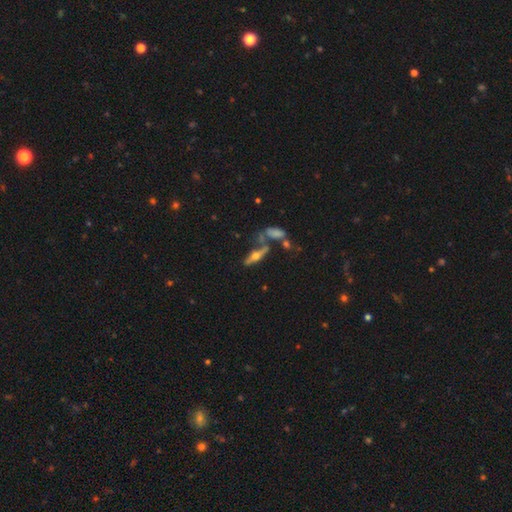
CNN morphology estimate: Smooth or featured?
  - featured or disk: 64% *
  - smooth: 28%
  - star or artifact: 9%
Edge-on disk?
  - yes: 91% *
  - no: 9%
Edge-on bulge?
  - rounded: 95% *
  - boxy: 3%
  - none: 2%
Merging?
  - none: 61% *
  - merger: 19%
  - minor disturbance: 14%
  - major disturbance: 6%